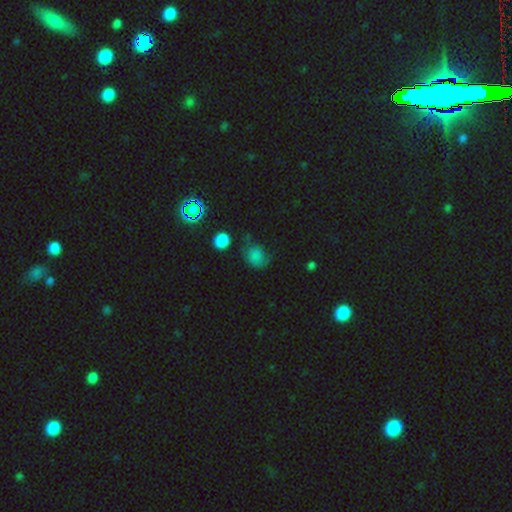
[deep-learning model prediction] Q: Smooth or featured?
A: smooth (68%); runner-up: star or artifact (18%)
Q: How rounded?
A: round (66%); runner-up: in between (33%)
Q: Merging?
A: none (45%); runner-up: minor disturbance (30%)